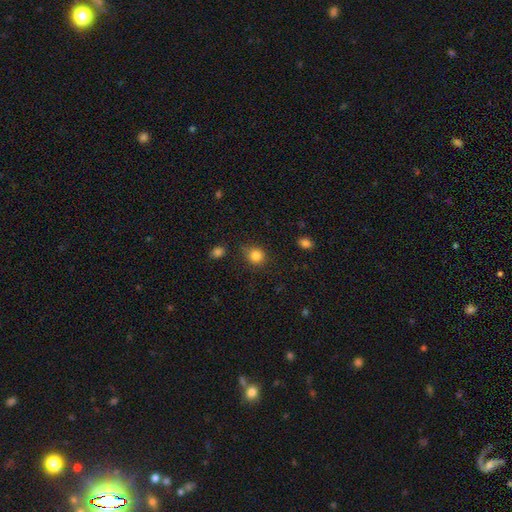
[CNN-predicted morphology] The model was most divided on "merging": none: 74%, minor disturbance: 19%, major disturbance: 5%, merger: 3%. More confident: smooth or featured — smooth (84%); how rounded — round (82%).